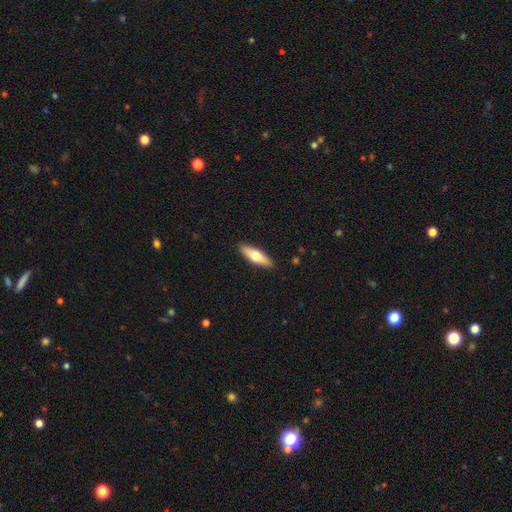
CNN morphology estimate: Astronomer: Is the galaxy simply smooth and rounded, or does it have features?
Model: smooth — 57% (runner-up: featured or disk, 37%).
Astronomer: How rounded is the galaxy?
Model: cigar-shaped — 54% (runner-up: in between, 43%).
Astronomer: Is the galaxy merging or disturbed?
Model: none — 90%.